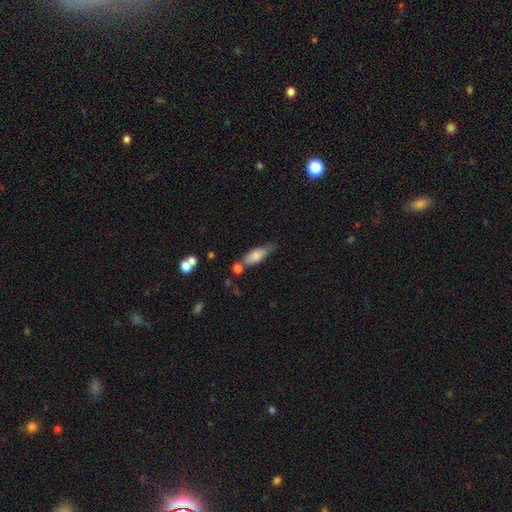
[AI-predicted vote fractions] smooth_or_featured: smooth (p=0.73) [alt: featured or disk p=0.20]
how_rounded: in between (p=0.60) [alt: cigar-shaped p=0.37]
merging: none (p=0.50) [alt: minor disturbance p=0.25]